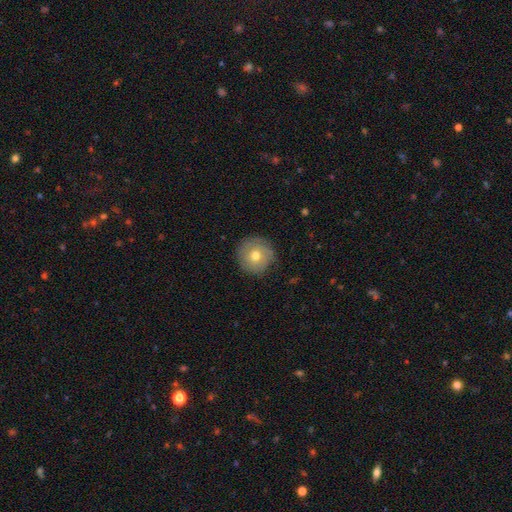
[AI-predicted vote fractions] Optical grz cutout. It shows a smooth galaxy with no disk features (69%) that is round (95%). Merging: none (84%).